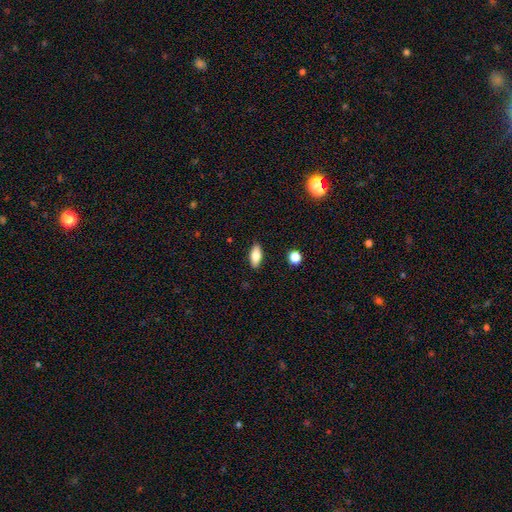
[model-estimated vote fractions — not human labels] This is likely a smooth galaxy (77%). How rounded: clearly in between (82%). Merging: clearly none (89%).